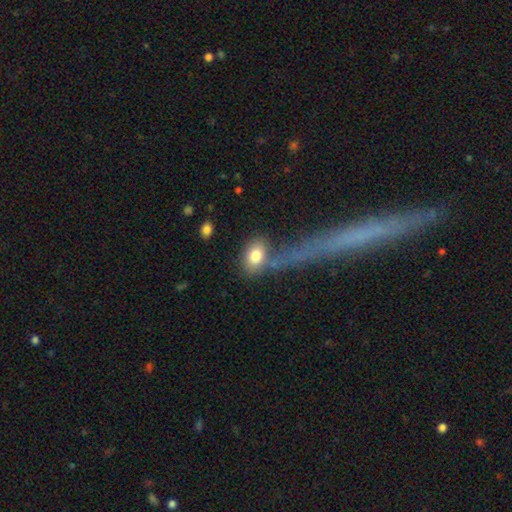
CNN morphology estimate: Q: Smooth or featured?
A: smooth (79%); runner-up: featured or disk (12%)
Q: How rounded?
A: in between (73%); runner-up: round (24%)
Q: Merging?
A: none (52%); runner-up: merger (19%)